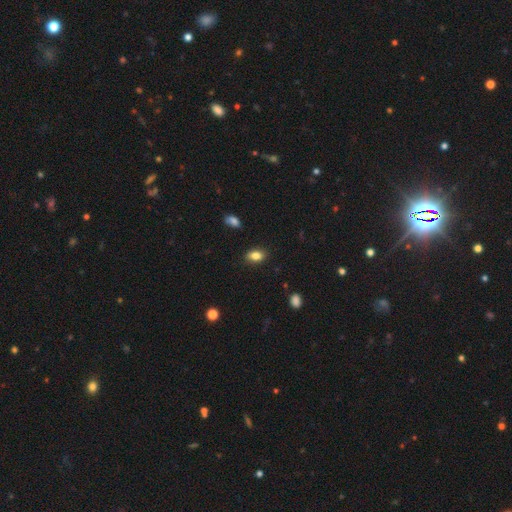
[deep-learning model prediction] This appears to be a smooth galaxy with no disk features (83%) that is in between round and cigar-shaped (86%). Merging: none (86%).